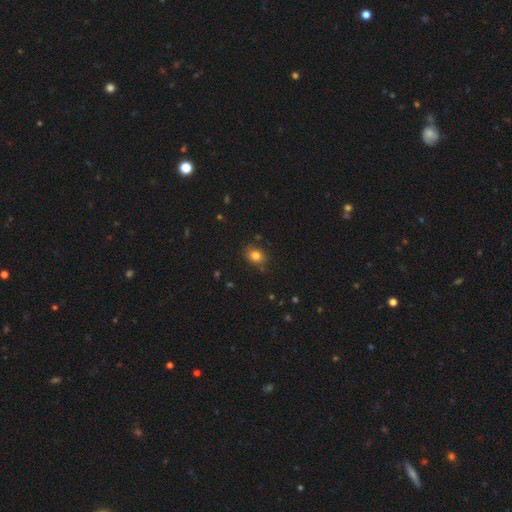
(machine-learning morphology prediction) A smooth galaxy with no disk features (80%) that is in between round and cigar-shaped (59%).

Vote fractions:
- Smooth or featured? smooth: 80% / star or artifact: 11% / featured or disk: 8%
- How rounded? in between: 59% / round: 39% / cigar-shaped: 1%
- Merging? none: 79% / minor disturbance: 16% / major disturbance: 3% / merger: 2%